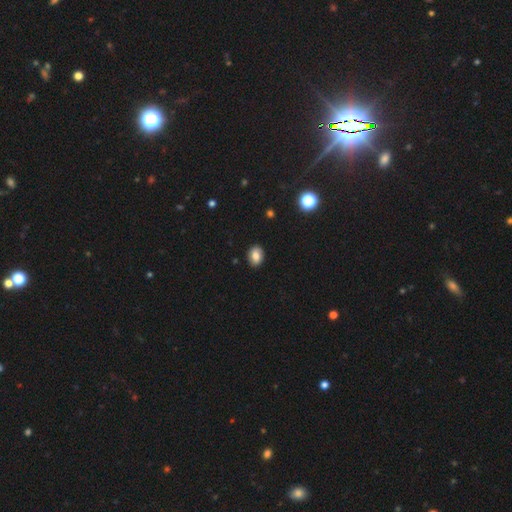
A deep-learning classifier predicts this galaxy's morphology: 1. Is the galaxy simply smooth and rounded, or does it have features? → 80% smooth, 11% featured or disk, 9% star or artifact.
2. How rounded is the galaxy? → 69% in between, 30% round, 1% cigar-shaped.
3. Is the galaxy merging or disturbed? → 89% none, 8% minor disturbance, 2% major disturbance, 1% merger.